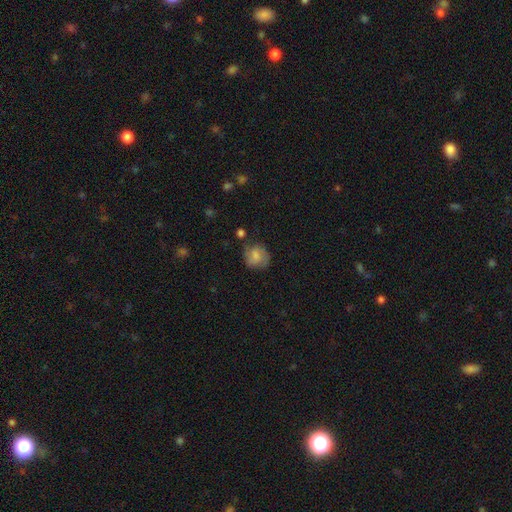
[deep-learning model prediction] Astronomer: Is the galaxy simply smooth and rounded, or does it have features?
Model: smooth — 52% (runner-up: featured or disk, 39%).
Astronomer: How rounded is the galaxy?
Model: round — 69%.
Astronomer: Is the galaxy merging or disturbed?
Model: none — 61%.